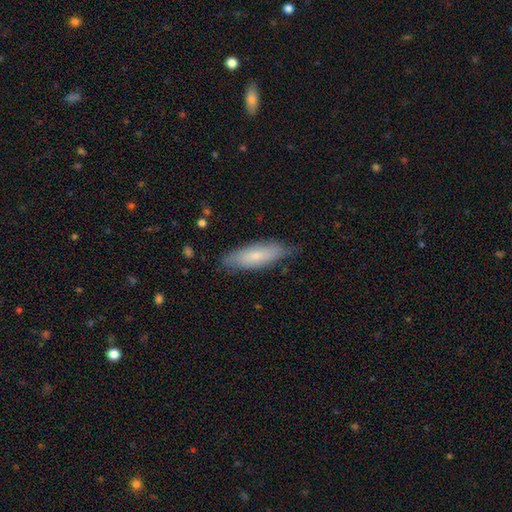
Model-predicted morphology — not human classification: Smooth or featured? Predicted: smooth (p=0.66). How rounded? Predicted: cigar-shaped (p=0.51). Merging? Predicted: none (p=0.77).